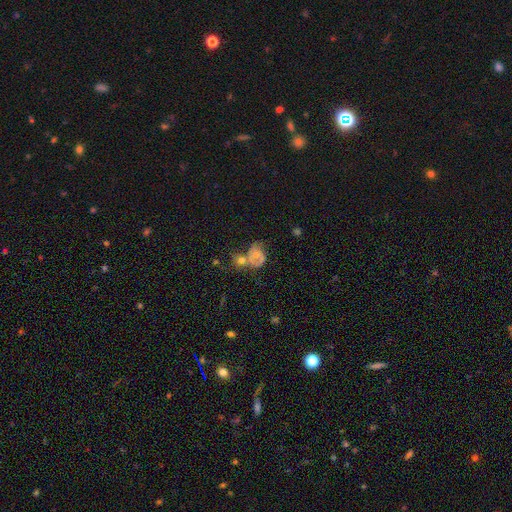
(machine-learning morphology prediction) featured or disk 53%, smooth 36%, star or artifact 11%. Down the decision tree: edge-on disk — no (97%); bar — no (80%); spiral arms — yes (62%); bulge size — moderate (61%); merging — merger (44%).